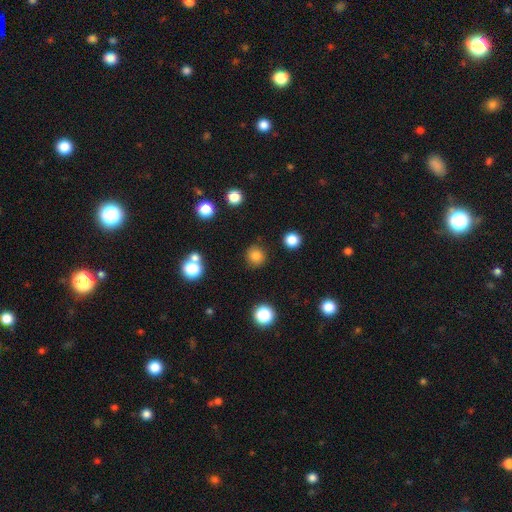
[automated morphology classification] The model was most divided on "smooth or featured": smooth: 81%, star or artifact: 13%, featured or disk: 6%. More confident: how rounded — round (93%); merging — none (88%).